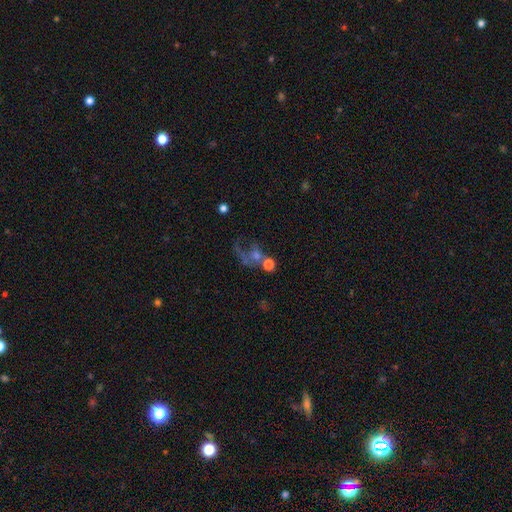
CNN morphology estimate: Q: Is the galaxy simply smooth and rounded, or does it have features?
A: featured or disk — 40%.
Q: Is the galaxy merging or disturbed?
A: major disturbance — 32%.